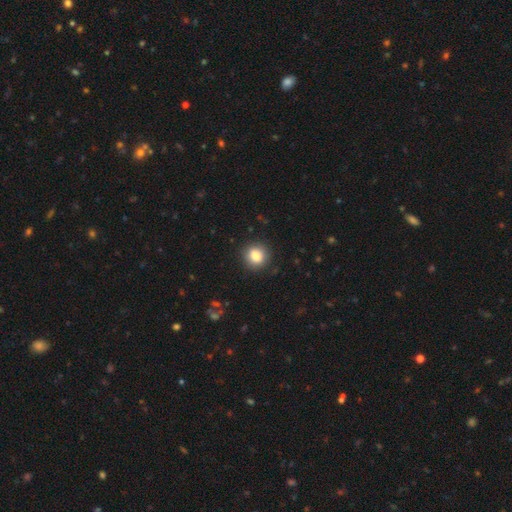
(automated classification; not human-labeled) Q: Smooth or featured?
A: smooth (85%); runner-up: star or artifact (10%)
Q: How rounded?
A: round (82%); runner-up: in between (17%)
Q: Merging?
A: none (89%); runner-up: minor disturbance (7%)